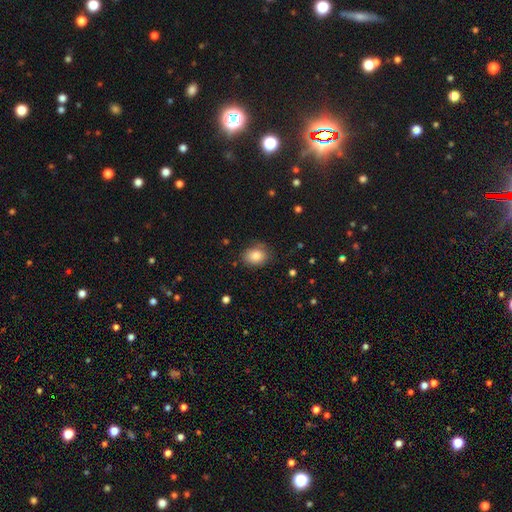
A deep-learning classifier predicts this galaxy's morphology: Overall: smooth (83%). How rounded: in between (60%; round 39%). Merging: none (76%).